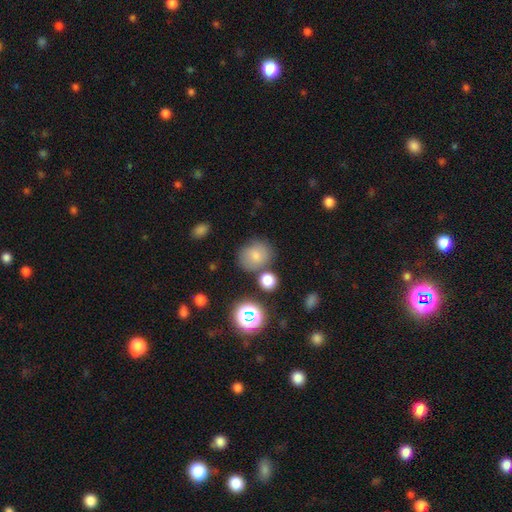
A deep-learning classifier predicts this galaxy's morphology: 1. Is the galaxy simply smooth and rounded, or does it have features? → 74% smooth, 14% star or artifact, 12% featured or disk.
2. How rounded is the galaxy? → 64% round, 35% in between, 1% cigar-shaped.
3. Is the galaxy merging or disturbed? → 67% none, 14% minor disturbance, 13% merger, 5% major disturbance.